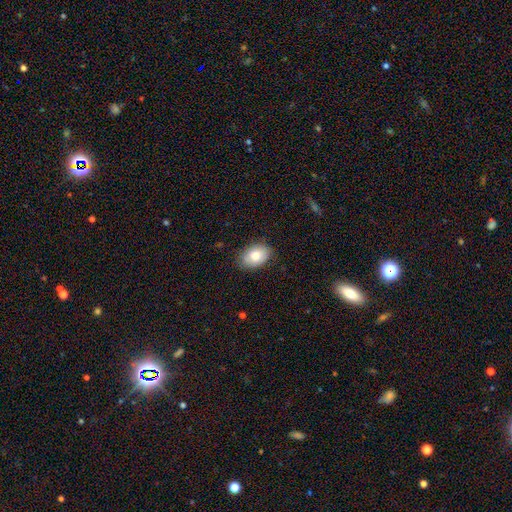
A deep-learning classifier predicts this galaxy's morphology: Smooth or featured?
  - smooth: 79% *
  - featured or disk: 14%
  - star or artifact: 7%
How rounded?
  - in between: 86% *
  - round: 13%
  - cigar-shaped: 1%
Merging?
  - none: 82% *
  - minor disturbance: 14%
  - major disturbance: 3%
  - merger: 1%